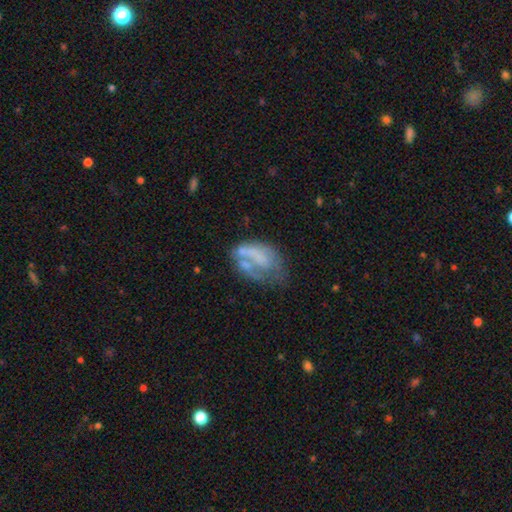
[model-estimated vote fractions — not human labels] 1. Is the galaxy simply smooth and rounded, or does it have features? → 49% featured or disk, 41% smooth, 10% star or artifact.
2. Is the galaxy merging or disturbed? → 32% major disturbance, 29% none, 25% minor disturbance, 14% merger.